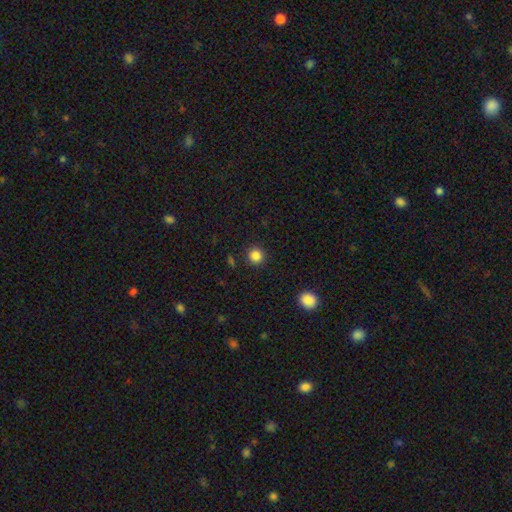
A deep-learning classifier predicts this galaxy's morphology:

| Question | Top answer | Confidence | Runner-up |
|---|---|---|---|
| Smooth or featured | smooth | 85% | star or artifact (11%) |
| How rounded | round | 94% | in between (5%) |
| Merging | none | 91% | minor disturbance (5%) |